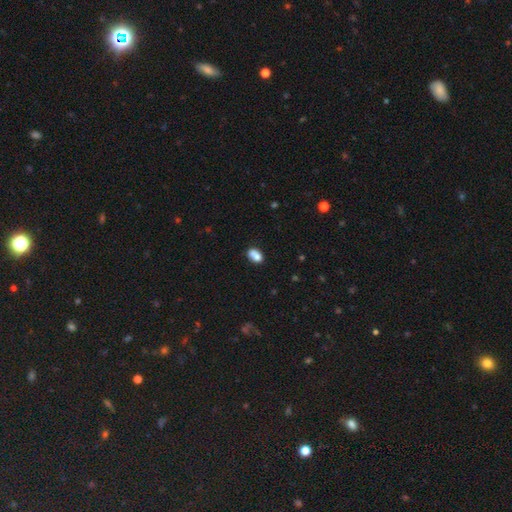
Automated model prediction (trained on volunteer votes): This appears to be a smooth galaxy with no disk features (74%) that is in between round and cigar-shaped (72%). Merging: none (39%).